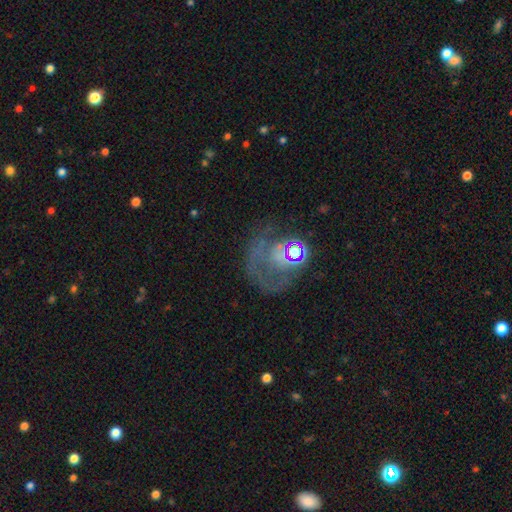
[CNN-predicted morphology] Smooth or featured? Predicted: featured or disk (p=0.50). Edge-on disk? Predicted: no (p=0.95). Merging? Predicted: none (p=0.47).